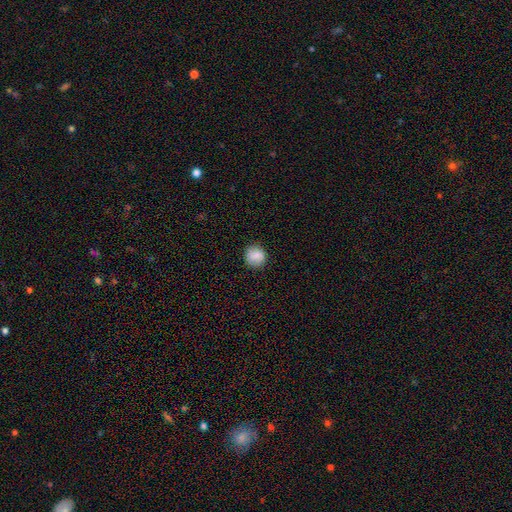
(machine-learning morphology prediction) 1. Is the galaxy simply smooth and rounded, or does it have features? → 77% smooth, 14% featured or disk, 8% star or artifact.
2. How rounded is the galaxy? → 87% round, 12% in between, 1% cigar-shaped.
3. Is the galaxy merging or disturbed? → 86% none, 10% minor disturbance, 3% major disturbance, 1% merger.